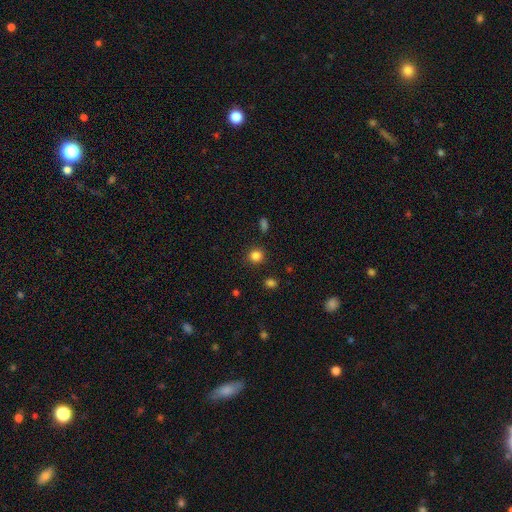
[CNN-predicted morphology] Smooth or featured? Predicted: smooth (p=0.84). How rounded? Predicted: round (p=0.89). Merging? Predicted: none (p=0.89).